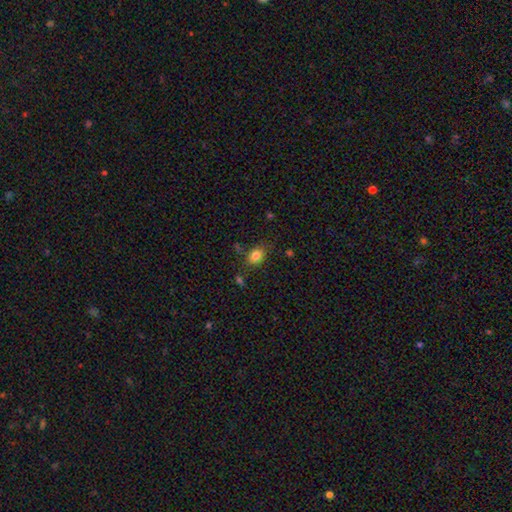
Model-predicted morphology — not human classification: This appears to be a smooth galaxy with no disk features (83%) that is in between round and cigar-shaped (66%). Merging: none (72%).